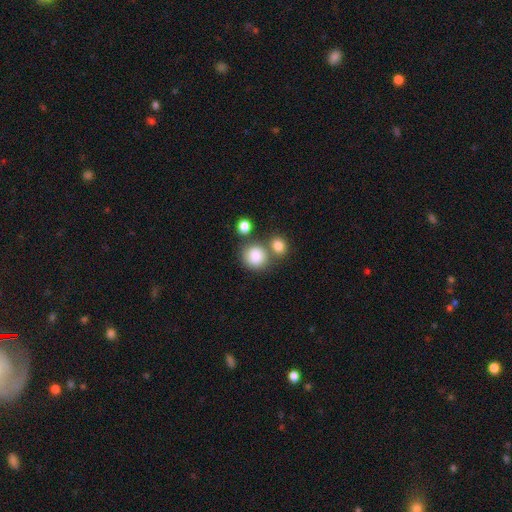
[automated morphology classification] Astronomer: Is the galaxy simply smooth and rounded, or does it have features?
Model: smooth — 85%.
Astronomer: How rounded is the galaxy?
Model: round — 81%.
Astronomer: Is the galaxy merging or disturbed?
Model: none — 53% (runner-up: merger, 30%).